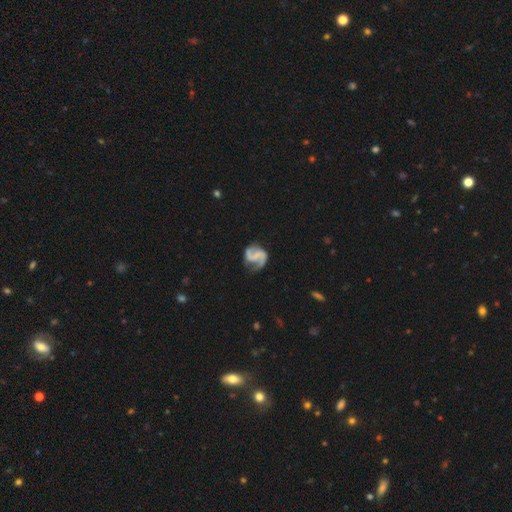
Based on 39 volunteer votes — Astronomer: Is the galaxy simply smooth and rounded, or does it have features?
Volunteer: featured or disk — 95%.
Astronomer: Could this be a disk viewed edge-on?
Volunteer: no — 100%.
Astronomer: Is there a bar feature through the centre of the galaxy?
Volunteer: no — 43% (runner-up: weak, 32%).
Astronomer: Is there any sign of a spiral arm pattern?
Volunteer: yes — 97%.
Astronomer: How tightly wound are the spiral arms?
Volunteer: loose — 47% (runner-up: medium, 36%).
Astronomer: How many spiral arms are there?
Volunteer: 2 — 89%.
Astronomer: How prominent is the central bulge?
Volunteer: none — 76%.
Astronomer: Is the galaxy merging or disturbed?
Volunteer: none — 59%.